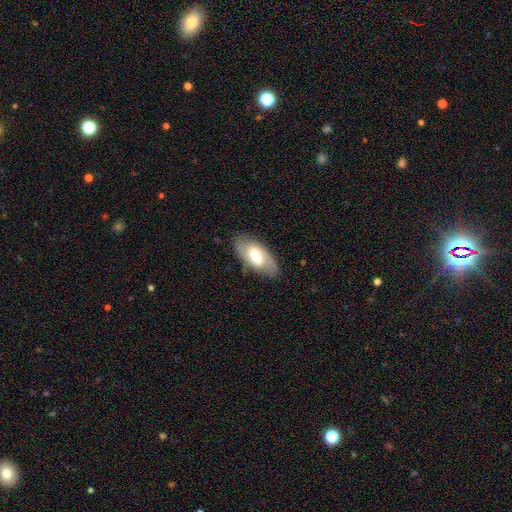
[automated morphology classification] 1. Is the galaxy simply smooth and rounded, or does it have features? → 54% featured or disk, 40% smooth, 6% star or artifact.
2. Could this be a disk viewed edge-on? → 88% no, 12% yes.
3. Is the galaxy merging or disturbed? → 82% none, 13% minor disturbance, 4% major disturbance, 1% merger.